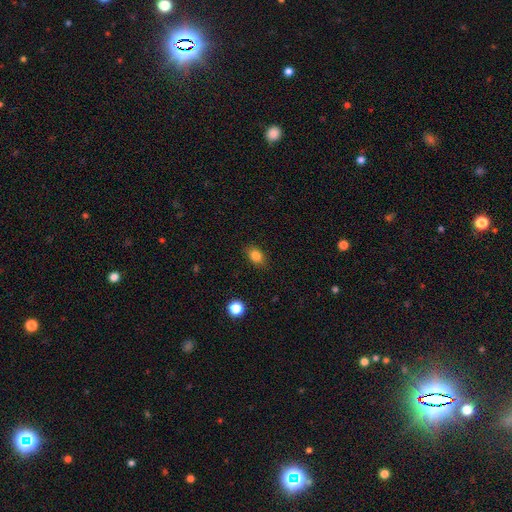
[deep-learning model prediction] A smooth galaxy with no disk features (83%) that is in between round and cigar-shaped (77%).

Vote fractions:
- Smooth or featured? smooth: 83% / star or artifact: 11% / featured or disk: 6%
- How rounded? in between: 77% / round: 21% / cigar-shaped: 2%
- Merging? none: 86% / minor disturbance: 11% / major disturbance: 3% / merger: 1%